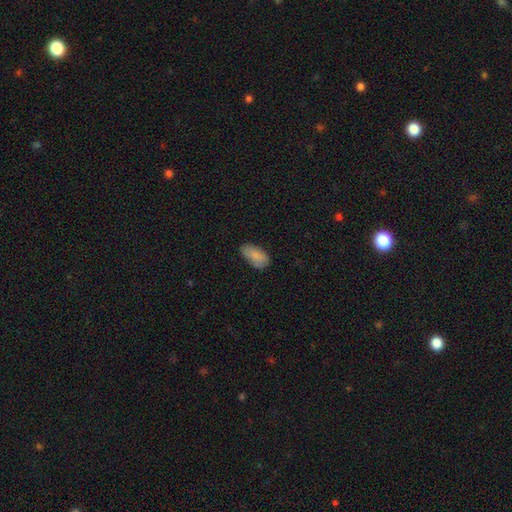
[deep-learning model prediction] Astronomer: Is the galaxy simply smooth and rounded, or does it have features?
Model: smooth — 86%.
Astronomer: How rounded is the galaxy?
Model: in between — 94%.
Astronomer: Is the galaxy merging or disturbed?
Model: none — 72%.